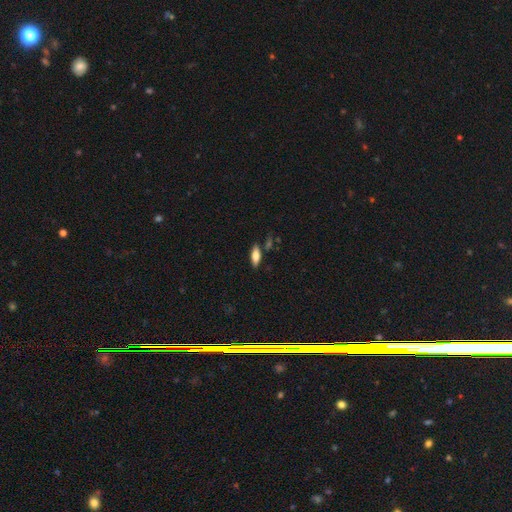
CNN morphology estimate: The model was most divided on "how rounded": in between: 69%, cigar-shaped: 28%, round: 2%. More confident: merging — none (79%); smooth or featured — smooth (71%).